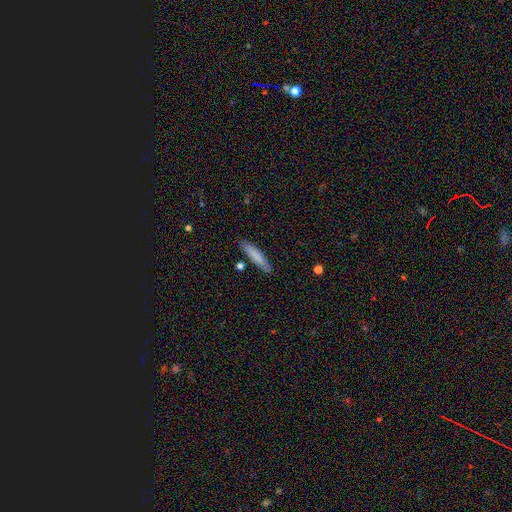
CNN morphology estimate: Overall: smooth (78%). How rounded: cigar-shaped (85%). Merging: none (85%).